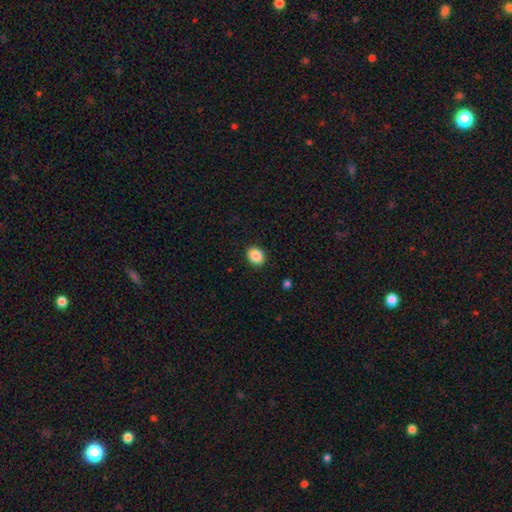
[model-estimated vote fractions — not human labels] Morphology: type=smooth (87%); roundness=round (55%); merging=none (88%).